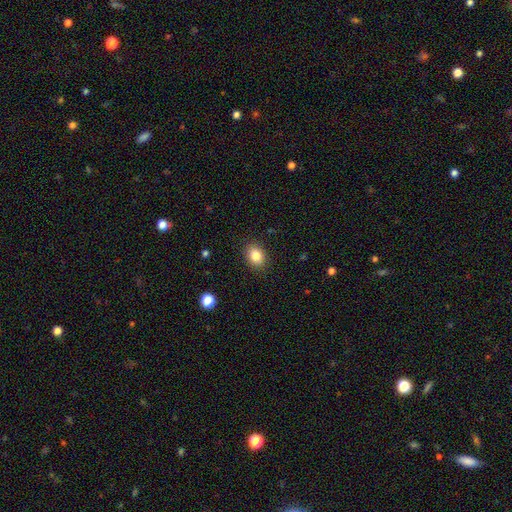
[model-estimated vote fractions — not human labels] This is clearly a smooth galaxy (85%). How rounded: likely in between (64%). Merging: clearly none (89%).